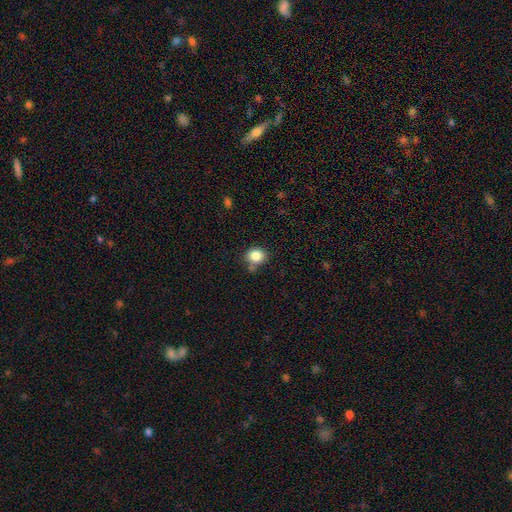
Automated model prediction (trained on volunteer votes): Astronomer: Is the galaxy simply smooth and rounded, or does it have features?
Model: smooth — 84%.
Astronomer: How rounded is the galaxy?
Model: round — 73%.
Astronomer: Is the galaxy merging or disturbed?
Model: none — 70%.